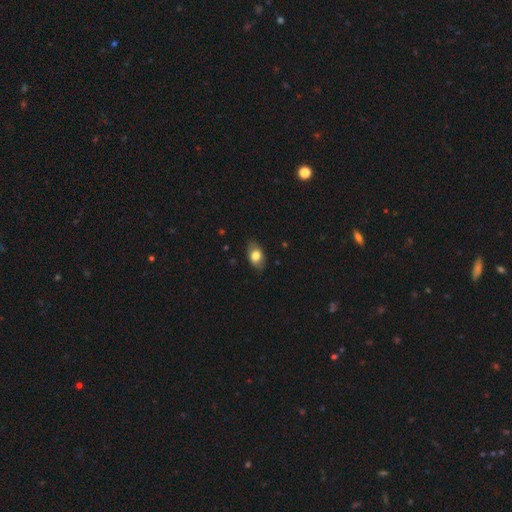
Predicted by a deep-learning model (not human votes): Smooth or featured? smooth (77%)
How rounded? in between (89%)
Merging? none (81%)